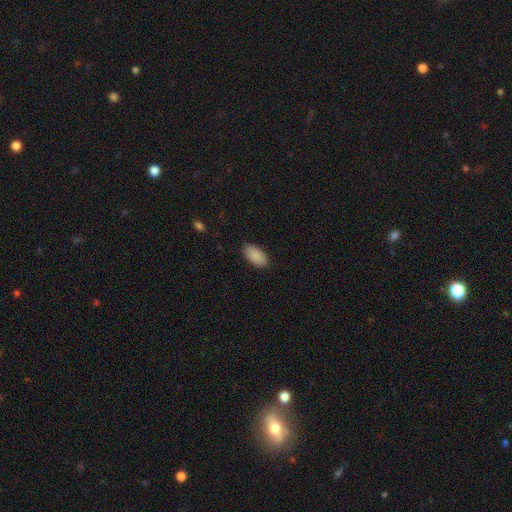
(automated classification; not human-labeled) A smooth galaxy with no disk features (90%) that is in between round and cigar-shaped (95%).

Vote fractions:
- Smooth or featured? smooth: 90% / star or artifact: 6% / featured or disk: 3%
- How rounded? in between: 95% / round: 3% / cigar-shaped: 2%
- Merging? none: 88% / minor disturbance: 9% / major disturbance: 2% / merger: 1%